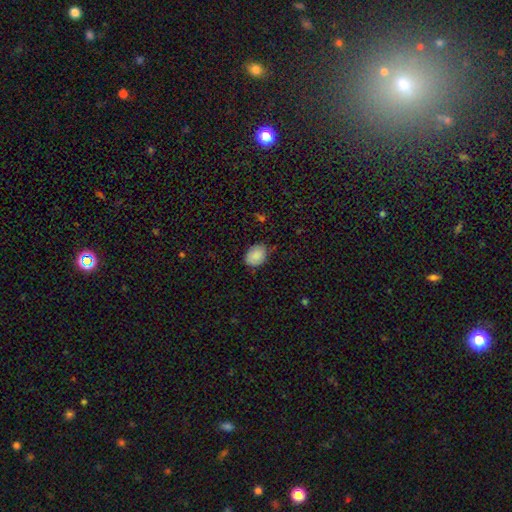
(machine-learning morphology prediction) A smooth galaxy with no disk features (87%) that is in between round and cigar-shaped (65%). Merging: none (78%).